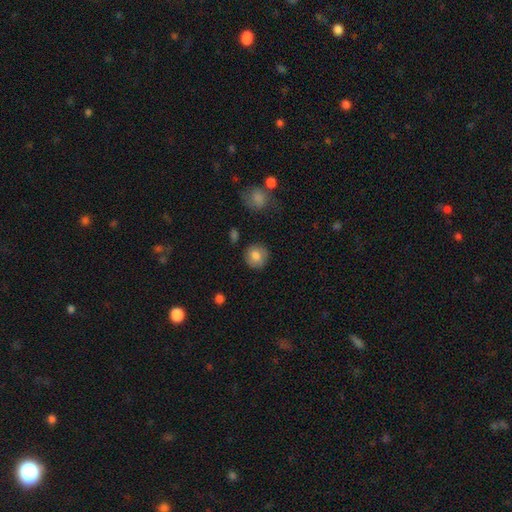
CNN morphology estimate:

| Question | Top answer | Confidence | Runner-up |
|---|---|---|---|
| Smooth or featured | smooth | 82% | featured or disk (10%) |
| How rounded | round | 90% | in between (9%) |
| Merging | none | 87% | minor disturbance (8%) |